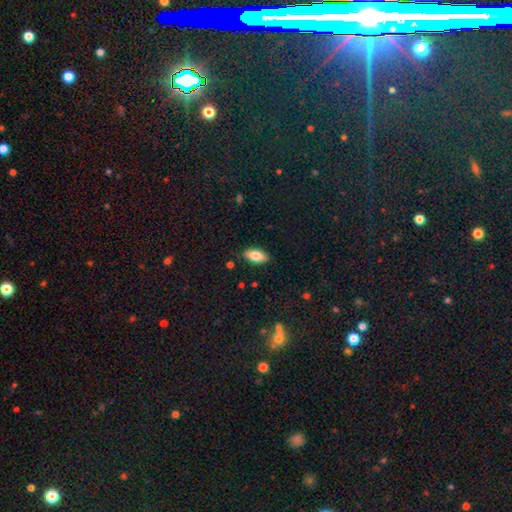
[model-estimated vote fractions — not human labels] Q: Smooth or featured?
A: smooth (81%); runner-up: featured or disk (12%)
Q: How rounded?
A: in between (90%); runner-up: cigar-shaped (7%)
Q: Merging?
A: none (86%); runner-up: minor disturbance (10%)